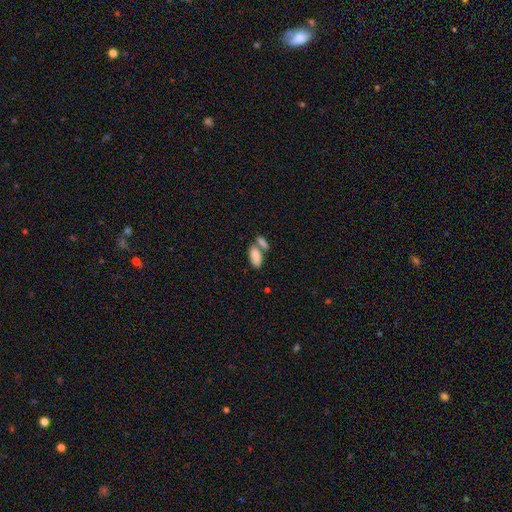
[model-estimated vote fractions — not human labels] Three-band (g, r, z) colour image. It shows a smooth galaxy with no disk features (85%) that is in between round and cigar-shaped (91%). Merging: merger (49%).